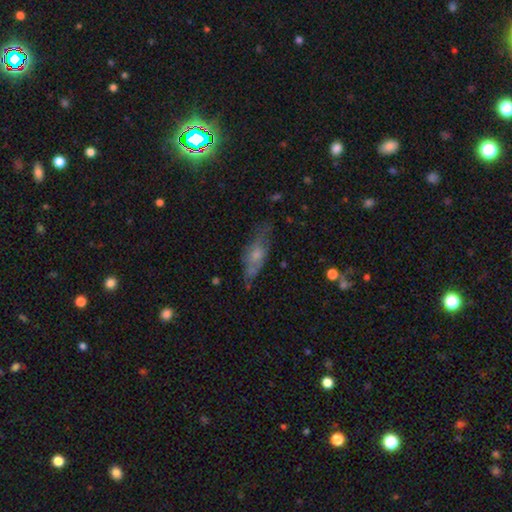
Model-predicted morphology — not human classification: type=smooth (47%); merging=none (57%).